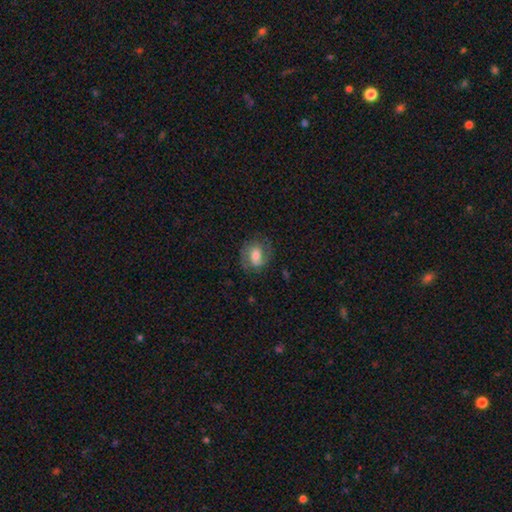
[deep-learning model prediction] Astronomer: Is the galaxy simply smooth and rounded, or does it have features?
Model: smooth — 47% (runner-up: featured or disk, 45%).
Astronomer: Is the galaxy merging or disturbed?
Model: none — 69%.